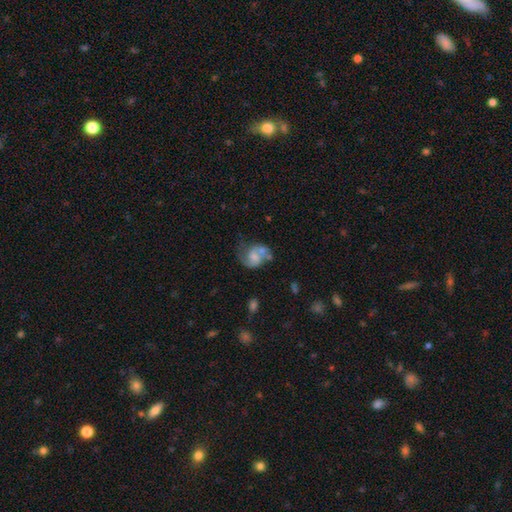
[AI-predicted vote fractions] Smooth or featured?
  - featured or disk: 63% *
  - smooth: 29%
  - star or artifact: 8%
Edge-on disk?
  - no: 98% *
  - yes: 2%
Bar?
  - no: 60% *
  - weak: 33%
  - strong: 7%
Spiral arms?
  - yes: 83% *
  - no: 17%
Spiral winding?
  - medium: 46% *
  - loose: 36%
  - tight: 18%
Spiral arm count?
  - 2: 74% *
  - 1: 15%
  - can't tell: 7%
  - 3: 2%
  - 4: 1%
  - more than 4: 1%
Bulge size?
  - moderate: 33% *
  - small: 28%
  - none: 26%
  - large: 12%
  - dominant: 2%
Merging?
  - none: 34% *
  - merger: 28%
  - minor disturbance: 20%
  - major disturbance: 19%